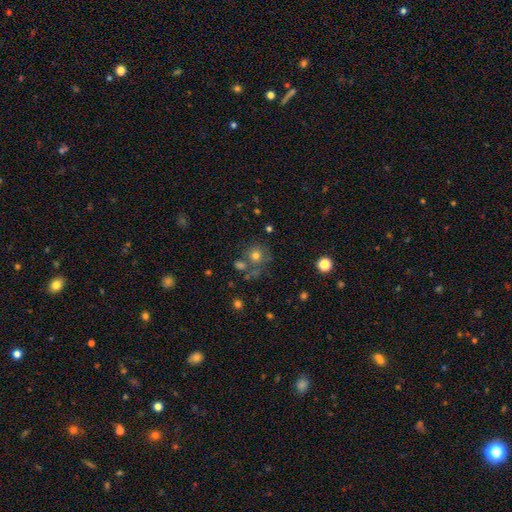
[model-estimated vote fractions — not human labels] smooth 69%, star or artifact 16%, featured or disk 14%. Down the decision tree: how rounded — round (88%); merging — none (61%).